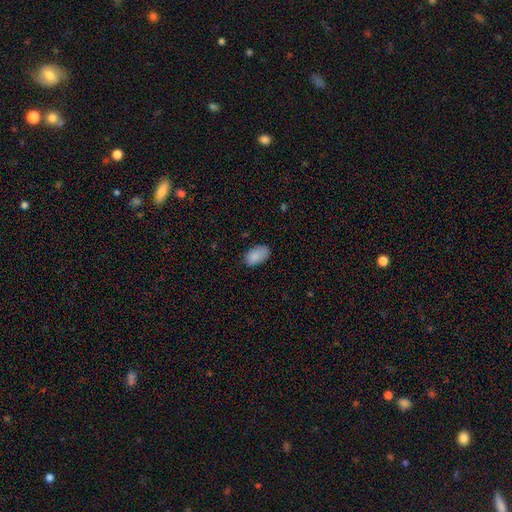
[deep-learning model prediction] smooth_or_featured: smooth (p=0.88) [alt: star or artifact p=0.07]
how_rounded: in between (p=0.94) [alt: round p=0.04]
merging: none (p=0.79) [alt: minor disturbance p=0.17]